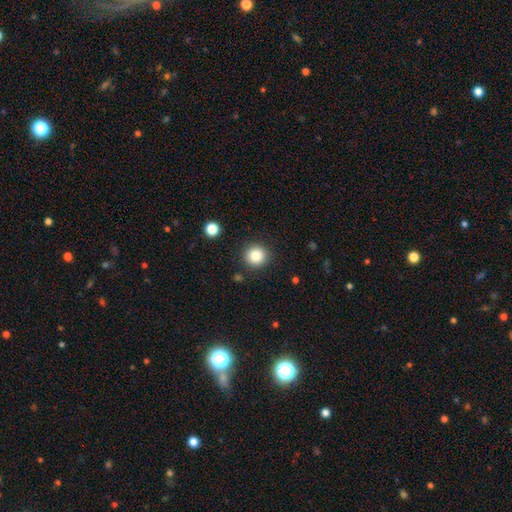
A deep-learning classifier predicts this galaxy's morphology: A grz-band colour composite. It shows a smooth galaxy with no disk features (83%) that is round (93%). Merging: none (89%).